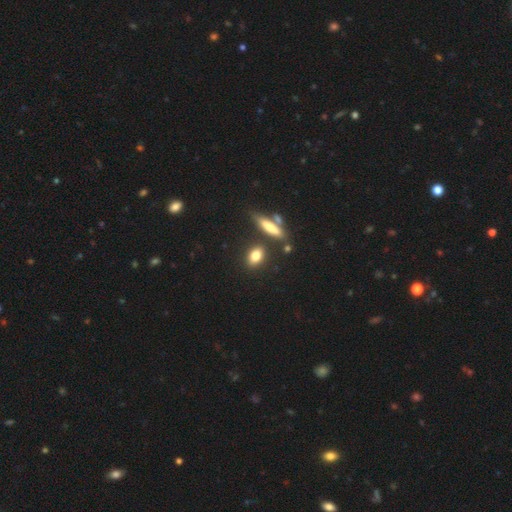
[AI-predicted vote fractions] smooth-or-featured: smooth: 80% | featured or disk: 11% | star or artifact: 9%
  how-rounded: in between: 67% | round: 21% | cigar-shaped: 12%
  merging: none: 78% | minor disturbance: 10% | merger: 9% | major disturbance: 3%